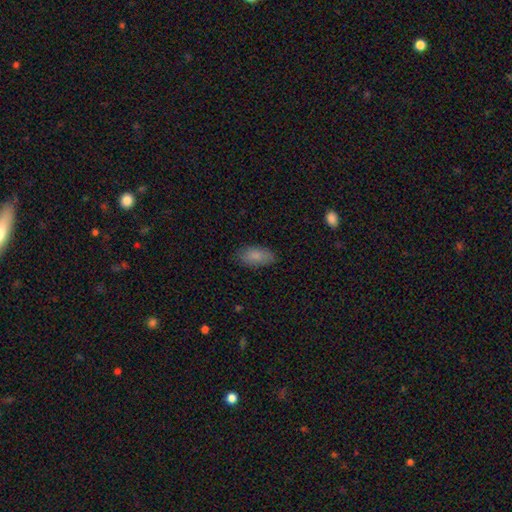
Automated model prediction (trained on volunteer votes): Morphology: type=smooth (85%); roundness=in between (91%); merging=none (83%).